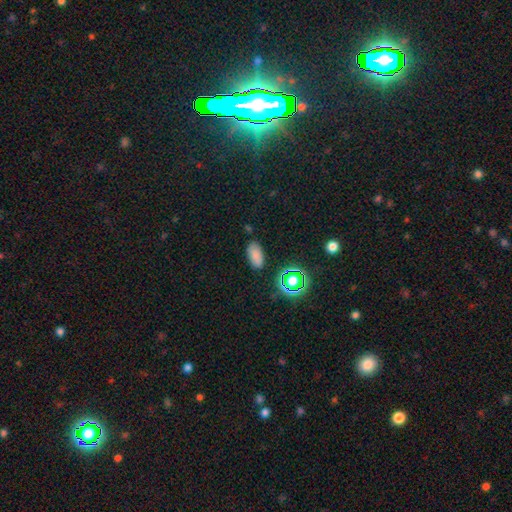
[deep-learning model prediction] Smooth or featured? smooth (76%)
How rounded? in between (91%)
Merging? none (81%)